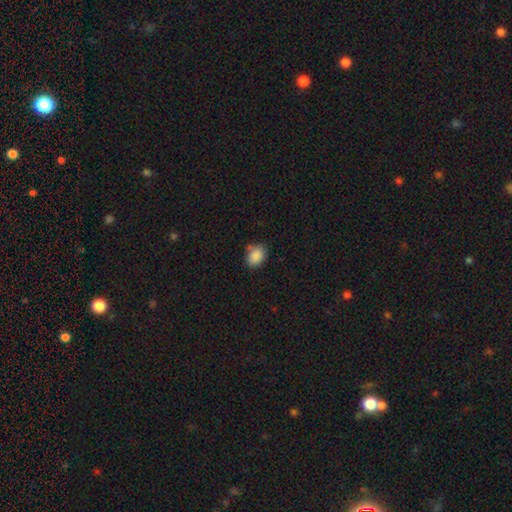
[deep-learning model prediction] smooth 88%, star or artifact 8%, featured or disk 4%. Down the decision tree: how rounded — in between (70%); merging — none (72%).